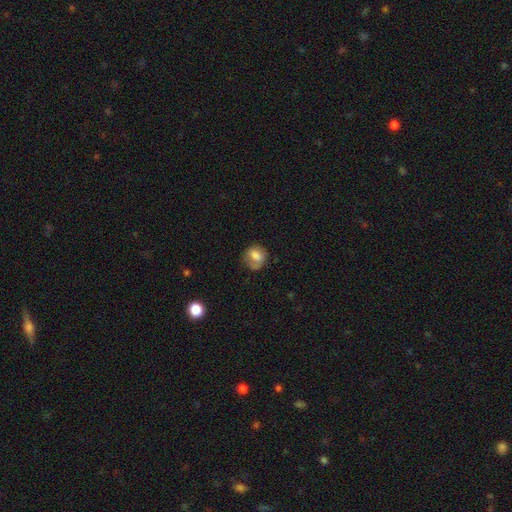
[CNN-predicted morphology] Smooth or featured? smooth (71%)
How rounded? round (60%)
Merging? none (49%)